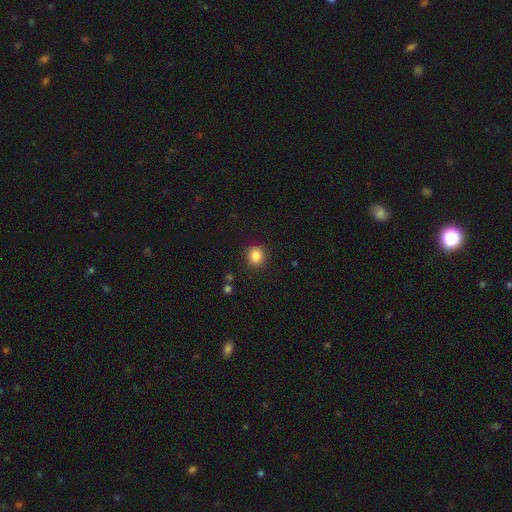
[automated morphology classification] A smooth galaxy with no disk features (84%) that is round (90%).

Vote fractions:
- Smooth or featured? smooth: 84% / star or artifact: 11% / featured or disk: 5%
- How rounded? round: 90% / in between: 9% / cigar-shaped: 1%
- Merging? none: 91% / minor disturbance: 6% / major disturbance: 2% / merger: 1%